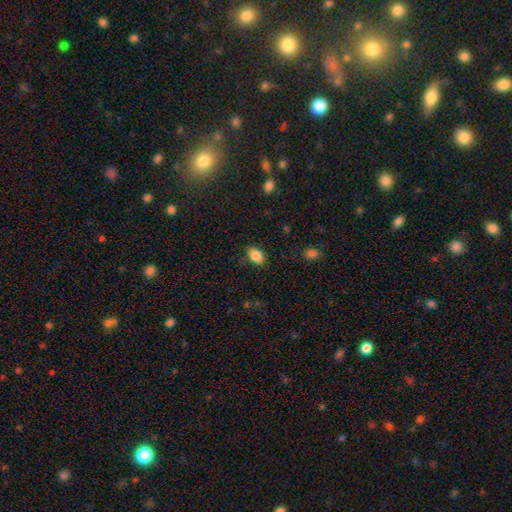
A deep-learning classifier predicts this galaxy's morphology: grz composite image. It shows a smooth galaxy with no disk features (86%) that is in between round and cigar-shaped (85%). Merging: none (82%).